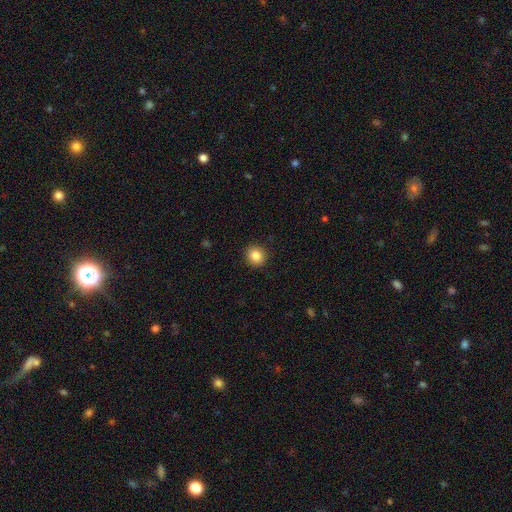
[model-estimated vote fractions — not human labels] Smooth or featured? Predicted: smooth (p=0.85). How rounded? Predicted: round (p=0.88). Merging? Predicted: none (p=0.91).